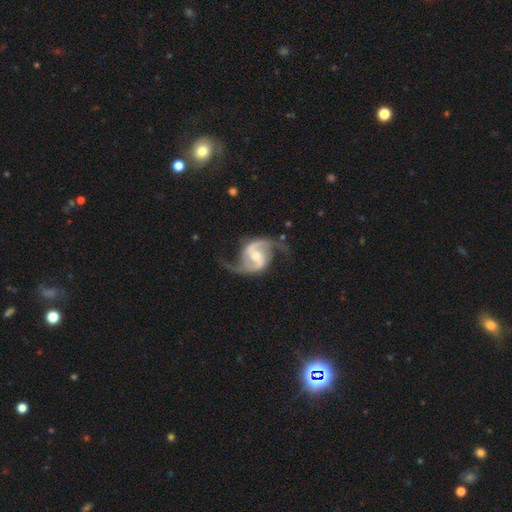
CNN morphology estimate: This appears to be a featured or disk galaxy (92%) with a weak bar (45%), 2 (94%) loose (51%) spiral arms (98%) and a moderate central bulge (60%). Merging: none (74%).